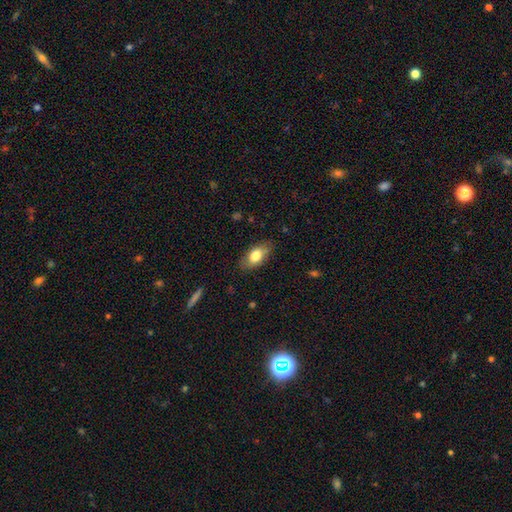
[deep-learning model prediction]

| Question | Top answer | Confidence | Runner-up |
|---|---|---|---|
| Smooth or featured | smooth | 75% | featured or disk (18%) |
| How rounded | in between | 90% | cigar-shaped (6%) |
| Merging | none | 83% | minor disturbance (13%) |